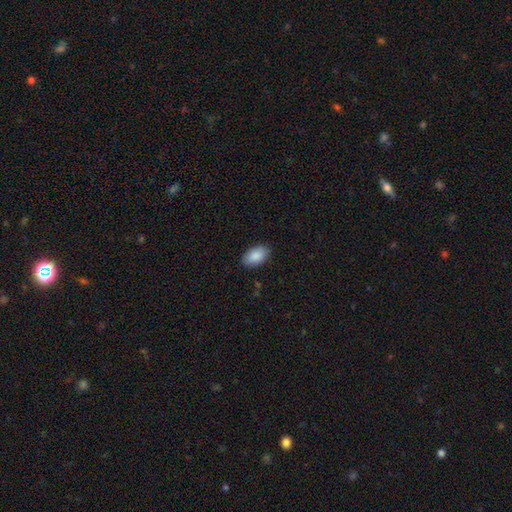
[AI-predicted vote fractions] A smooth galaxy with no disk features (89%) that is in between round and cigar-shaped (94%). Merging: none (87%).